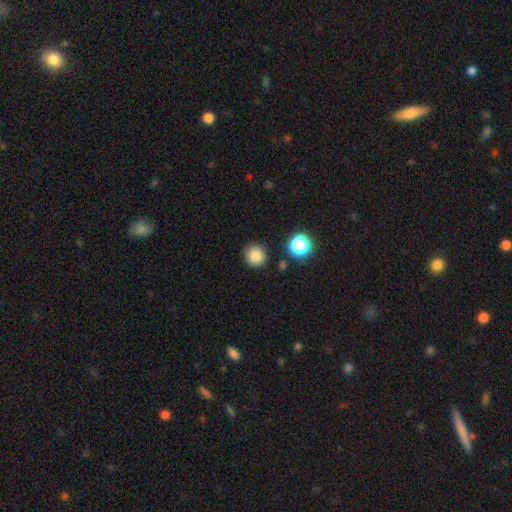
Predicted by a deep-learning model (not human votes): smooth 84%, star or artifact 12%, featured or disk 4%. Down the decision tree: how rounded — round (92%); merging — none (87%).